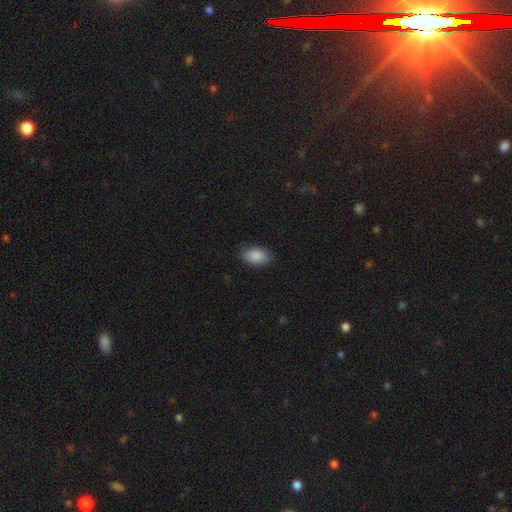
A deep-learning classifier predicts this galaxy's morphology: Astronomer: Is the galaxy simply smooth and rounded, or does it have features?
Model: smooth — 89%.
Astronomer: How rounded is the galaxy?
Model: in between — 91%.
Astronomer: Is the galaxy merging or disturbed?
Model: none — 84%.